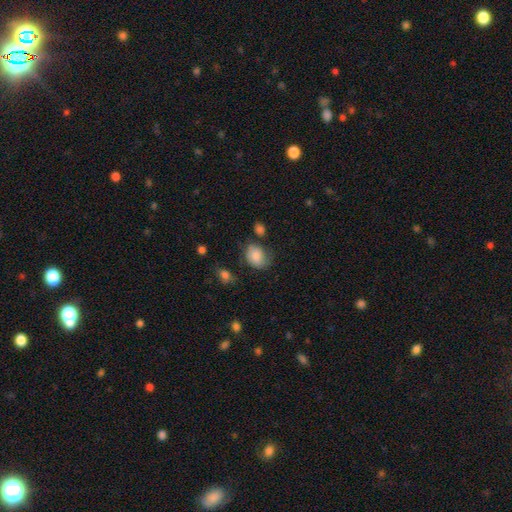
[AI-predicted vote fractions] smooth 79%, featured or disk 13%, star or artifact 8%. Down the decision tree: how rounded — in between (59%); merging — none (55%).